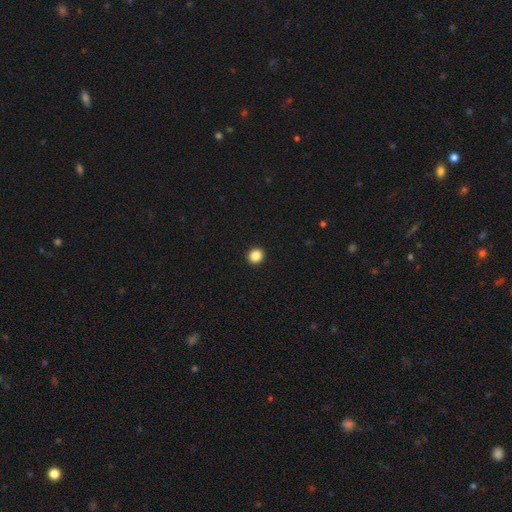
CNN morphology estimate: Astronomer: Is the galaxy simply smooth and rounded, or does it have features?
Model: smooth — 86%.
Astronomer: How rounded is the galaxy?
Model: round — 91%.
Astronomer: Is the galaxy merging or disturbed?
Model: none — 94%.